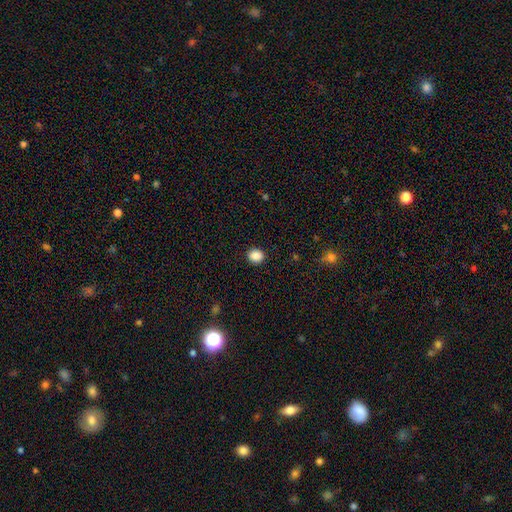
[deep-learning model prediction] smooth_or_featured: smooth (p=0.88) [alt: star or artifact p=0.09]
how_rounded: round (p=0.73) [alt: in between p=0.26]
merging: none (p=0.91) [alt: minor disturbance p=0.06]